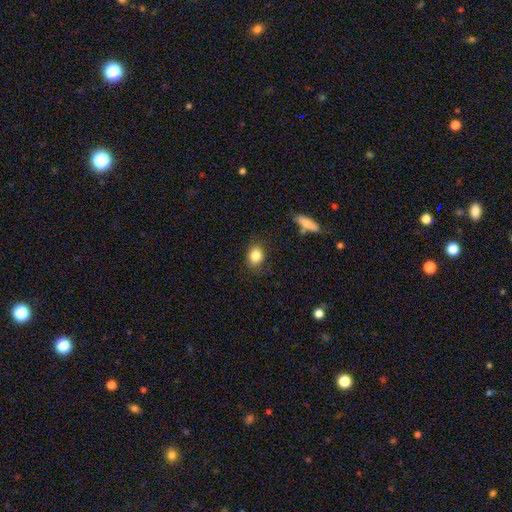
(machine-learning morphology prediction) Overall: smooth (83%). How rounded: in between (50%; round 48%). Merging: none (82%).